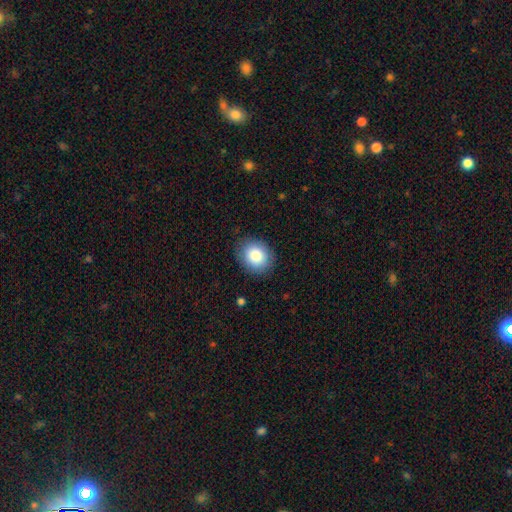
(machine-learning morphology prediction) Smooth or featured?
  - smooth: 86% *
  - star or artifact: 8%
  - featured or disk: 6%
How rounded?
  - round: 57% *
  - in between: 42%
  - cigar-shaped: 1%
Merging?
  - none: 87% *
  - minor disturbance: 10%
  - major disturbance: 3%
  - merger: 1%